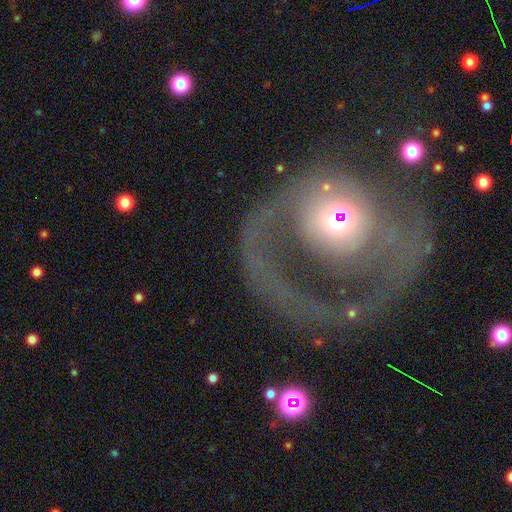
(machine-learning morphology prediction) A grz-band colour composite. It shows a featured or disk galaxy (71%) with no bar (77%), spiral arms (58%) and a moderate central bulge (61%). Merging: none (39%, tied with major disturbance).